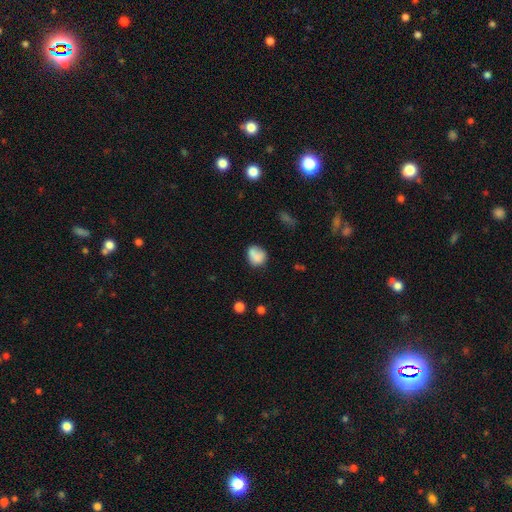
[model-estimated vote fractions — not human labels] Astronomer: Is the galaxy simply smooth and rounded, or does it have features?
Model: smooth — 79%.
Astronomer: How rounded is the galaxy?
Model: round — 58% (runner-up: in between, 41%).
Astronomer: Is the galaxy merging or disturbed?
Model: none — 56%.